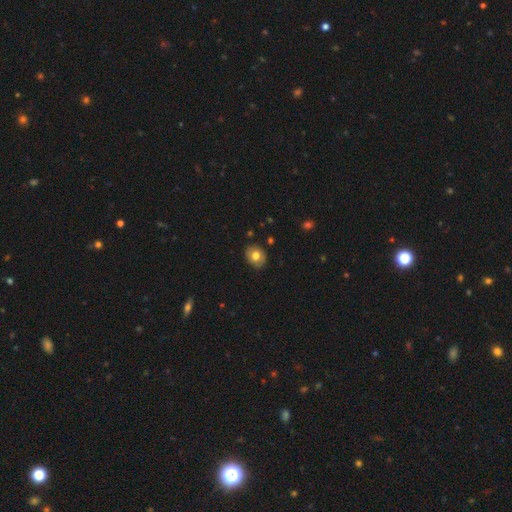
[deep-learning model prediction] Smooth or featured?
  - smooth: 74% *
  - featured or disk: 18%
  - star or artifact: 9%
How rounded?
  - round: 60% *
  - in between: 39%
  - cigar-shaped: 1%
Merging?
  - none: 85% *
  - minor disturbance: 11%
  - major disturbance: 2%
  - merger: 1%